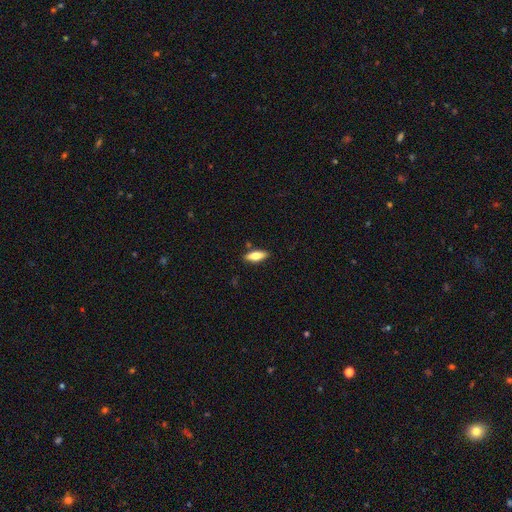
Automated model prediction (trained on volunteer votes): This is likely a smooth galaxy (75%). How rounded: likely in between (68%). Merging: clearly none (85%).